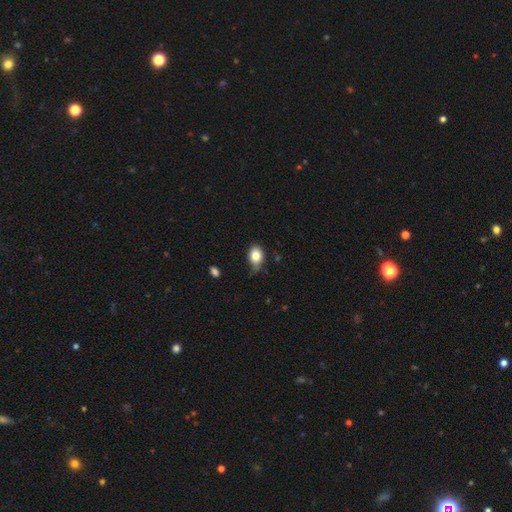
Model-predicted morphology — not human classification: The model was most divided on "merging": none: 48%, minor disturbance: 38%, major disturbance: 11%, merger: 3%. More confident: smooth or featured — smooth (81%); how rounded — in between (60%).